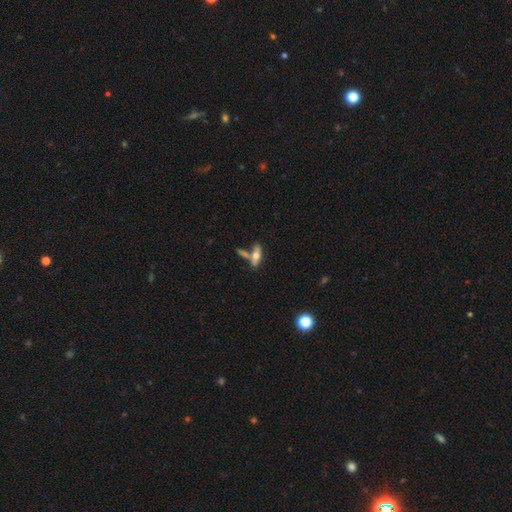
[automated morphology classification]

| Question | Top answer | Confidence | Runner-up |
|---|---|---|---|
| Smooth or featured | smooth | 49% | featured or disk (43%) |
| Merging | none | 52% | merger (31%) |